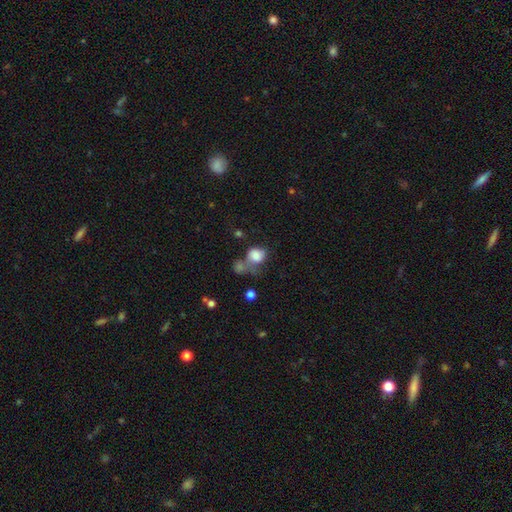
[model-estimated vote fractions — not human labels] smooth-or-featured: smooth: 76% | featured or disk: 14% | star or artifact: 10%
  how-rounded: round: 59% | in between: 40% | cigar-shaped: 1%
  merging: merger: 35% | none: 28% | minor disturbance: 19% | major disturbance: 17%